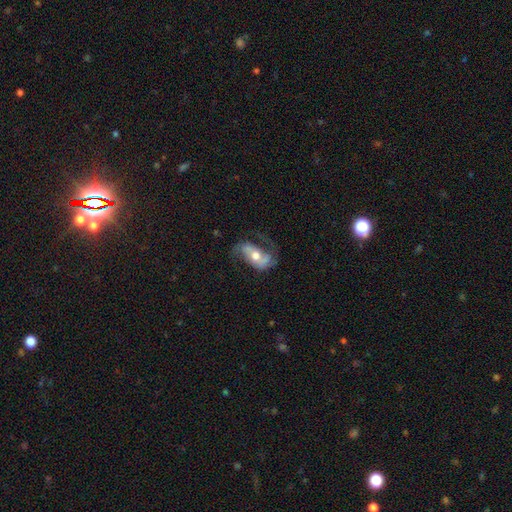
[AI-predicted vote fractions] Overall: featured or disk (71%). Edge-on disk: no (94%). Bar: no (42%; weak 34%). Spiral arms: yes (85%). Spiral arm count: 2 (82%). Spiral winding: loose (47%; medium 40%). Bulge size: moderate (71%). Merging: none (52%; major disturbance 24%).